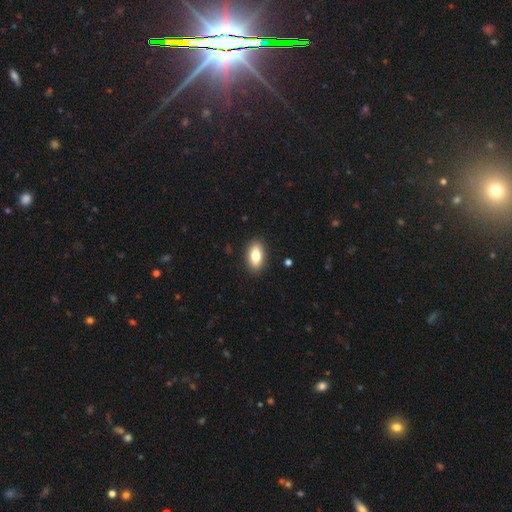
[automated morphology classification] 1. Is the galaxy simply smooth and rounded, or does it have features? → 76% smooth, 17% featured or disk, 7% star or artifact.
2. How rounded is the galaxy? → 86% in between, 8% cigar-shaped, 5% round.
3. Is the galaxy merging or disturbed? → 89% none, 8% minor disturbance, 2% major disturbance, 1% merger.